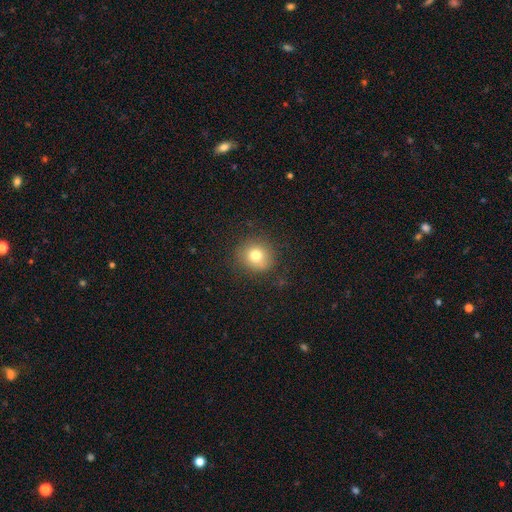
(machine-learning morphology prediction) This appears to be a smooth galaxy with no disk features (77%) that is round (86%). Merging: none (84%).